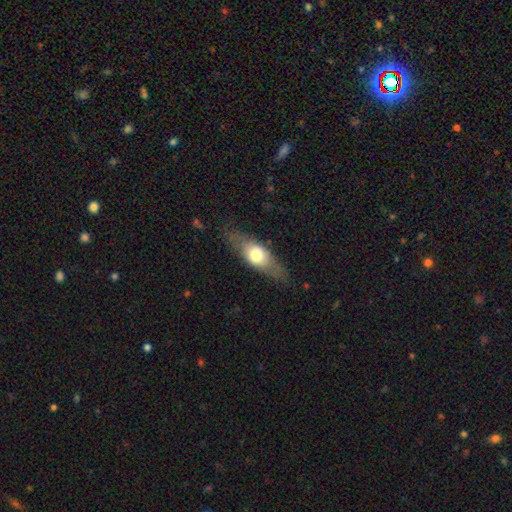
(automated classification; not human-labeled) This appears to be a featured or disk galaxy (52%) viewed edge-on (77%). Merging: none (83%).